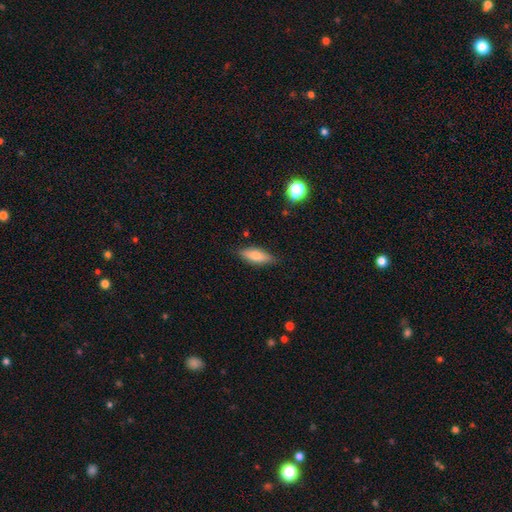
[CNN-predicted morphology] Smooth or featured? smooth (72%)
How rounded? in between (60%)
Merging? none (82%)